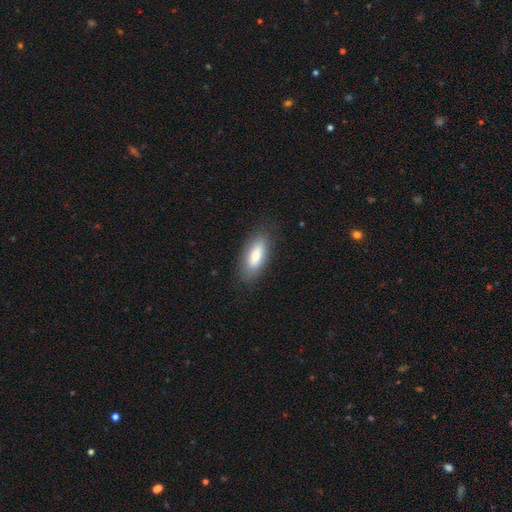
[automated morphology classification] A smooth galaxy with no disk features (78%) that is in between round and cigar-shaped (77%).

Vote fractions:
- Smooth or featured? smooth: 78% / featured or disk: 16% / star or artifact: 6%
- How rounded? in between: 77% / cigar-shaped: 21% / round: 2%
- Merging? none: 83% / minor disturbance: 12% / major disturbance: 4% / merger: 1%